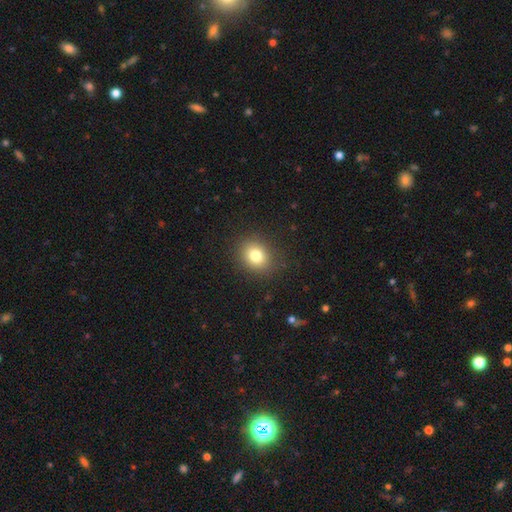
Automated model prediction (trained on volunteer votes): Q: Smooth or featured?
A: smooth (80%); runner-up: star or artifact (12%)
Q: How rounded?
A: round (64%); runner-up: in between (35%)
Q: Merging?
A: none (88%); runner-up: minor disturbance (8%)